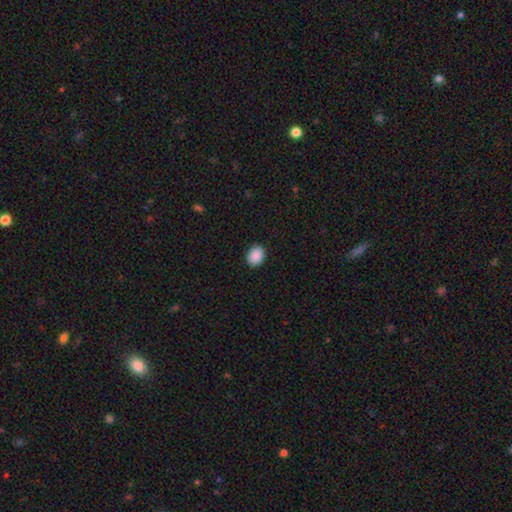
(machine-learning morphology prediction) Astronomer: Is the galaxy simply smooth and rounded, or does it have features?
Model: smooth — 90%.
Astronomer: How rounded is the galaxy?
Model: in between — 57% (runner-up: round, 42%).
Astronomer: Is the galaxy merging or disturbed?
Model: none — 90%.